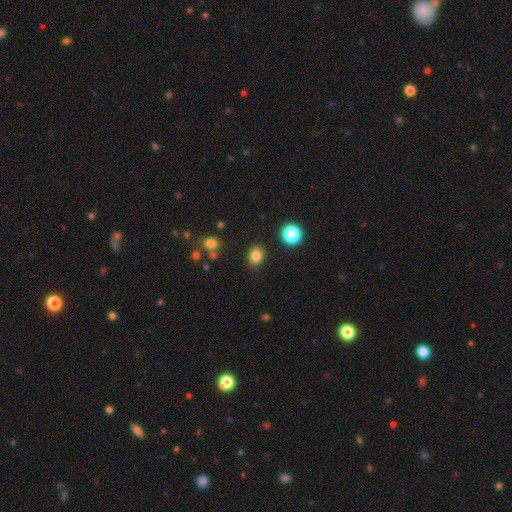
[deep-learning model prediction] The model was most divided on "how rounded": round: 59%, in between: 40%, cigar-shaped: 1%. More confident: merging — none (86%); smooth or featured — smooth (82%).